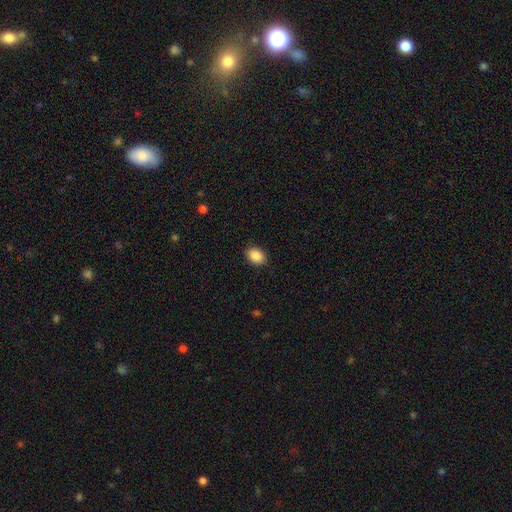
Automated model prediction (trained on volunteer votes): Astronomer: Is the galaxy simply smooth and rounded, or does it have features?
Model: smooth — 89%.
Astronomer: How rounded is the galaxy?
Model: in between — 74%.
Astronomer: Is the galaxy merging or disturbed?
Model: none — 88%.